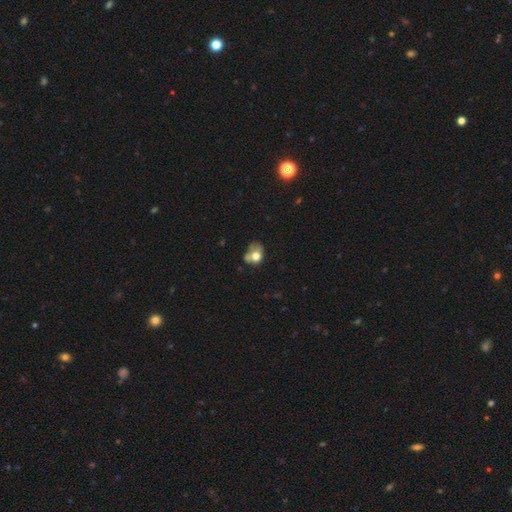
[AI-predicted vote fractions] smooth-or-featured: smooth: 66% | featured or disk: 22% | star or artifact: 12%
  how-rounded: in between: 53% | round: 46% | cigar-shaped: 1%
  merging: none: 28% | minor disturbance: 25% | merger: 24% | major disturbance: 23%